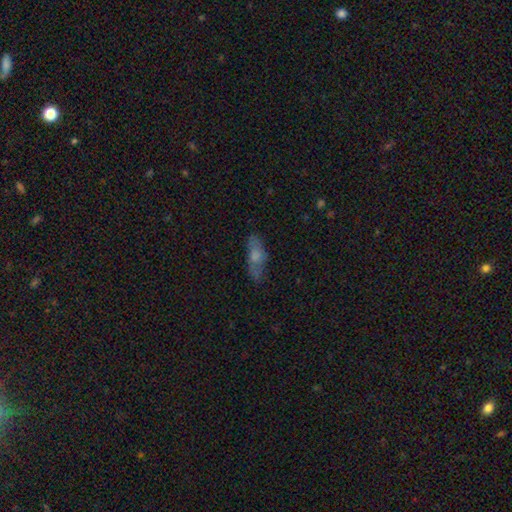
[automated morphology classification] Smooth or featured? smooth (58%)
How rounded? in between (62%)
Merging? none (68%)